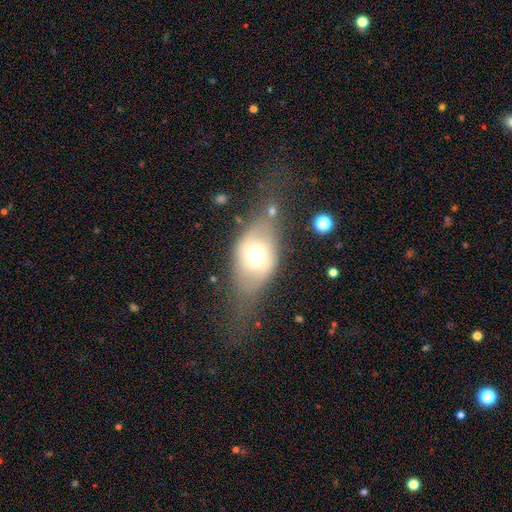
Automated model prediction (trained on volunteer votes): Smooth or featured?
  - smooth: 56% *
  - featured or disk: 35%
  - star or artifact: 8%
How rounded?
  - in between: 82% *
  - round: 14%
  - cigar-shaped: 4%
Merging?
  - none: 48% *
  - minor disturbance: 26%
  - major disturbance: 20%
  - merger: 5%